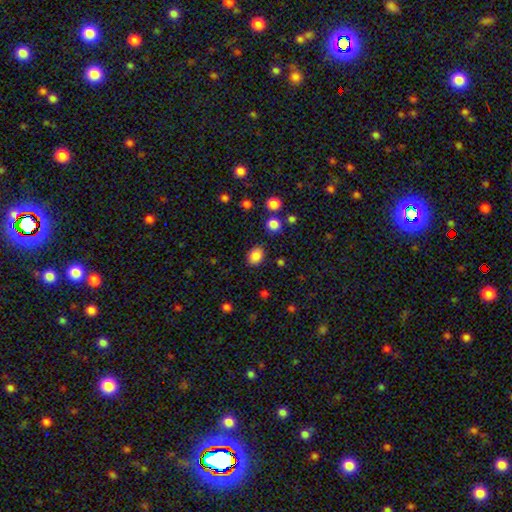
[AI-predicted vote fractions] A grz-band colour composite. It shows a smooth galaxy with no disk features (84%) that is in between round and cigar-shaped (50%). Merging: none (84%).